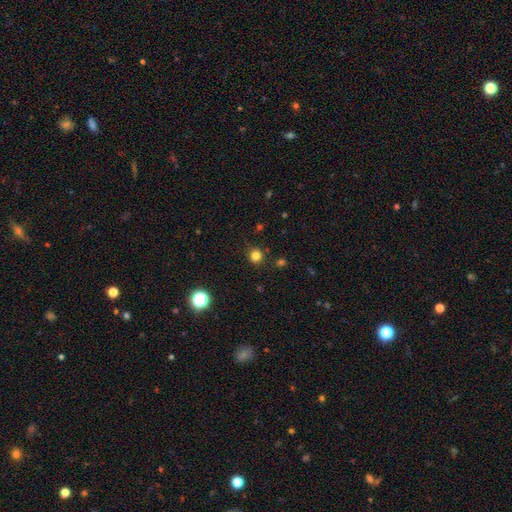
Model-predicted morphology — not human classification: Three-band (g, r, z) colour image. It shows a smooth galaxy with no disk features (80%) that is round (91%). Merging: none (88%).